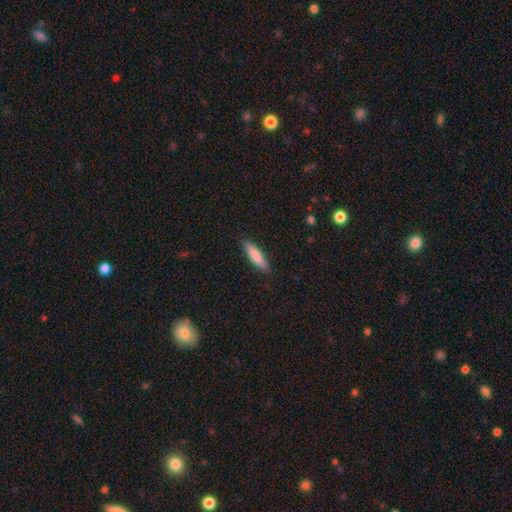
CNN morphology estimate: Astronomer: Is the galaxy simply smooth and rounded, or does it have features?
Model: smooth — 79%.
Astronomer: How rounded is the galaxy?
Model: cigar-shaped — 79%.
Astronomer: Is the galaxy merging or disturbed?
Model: none — 87%.